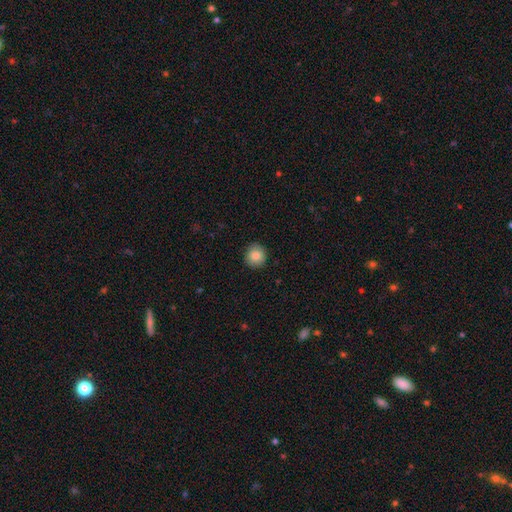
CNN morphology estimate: The model was most divided on "smooth or featured": smooth: 85%, star or artifact: 8%, featured or disk: 6%. More confident: how rounded — round (90%); merging — none (90%).